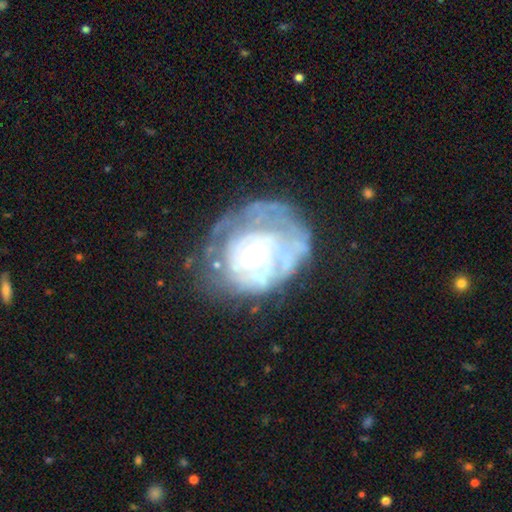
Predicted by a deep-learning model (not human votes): Morphology: type=featured or disk (77%); edge-on=no (97%); bar=no (84%); spiral arms=yes (65%); bulge=small (65%); merging=none (50%).